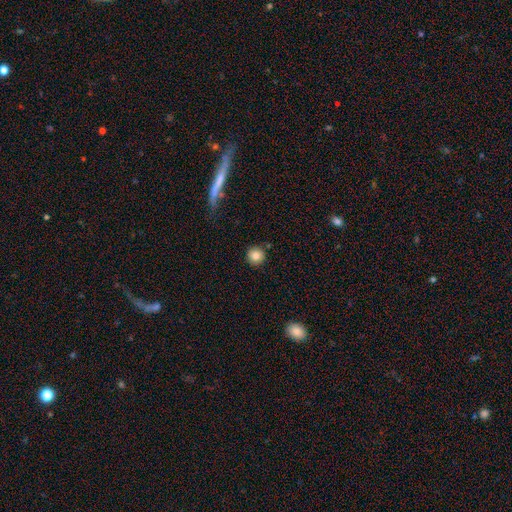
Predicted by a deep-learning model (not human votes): A smooth galaxy with no disk features (85%) that is round (94%).

Vote fractions:
- Smooth or featured? smooth: 85% / star or artifact: 10% / featured or disk: 5%
- How rounded? round: 94% / in between: 5% / cigar-shaped: 1%
- Merging? none: 88% / minor disturbance: 7% / merger: 3% / major disturbance: 2%